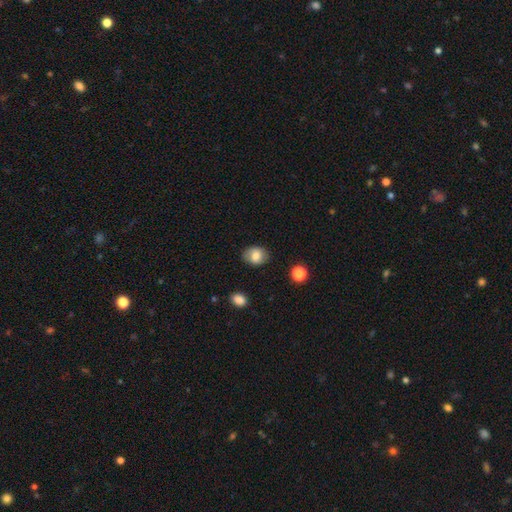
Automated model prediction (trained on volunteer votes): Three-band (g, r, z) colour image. It shows a smooth galaxy with no disk features (75%) that is in between round and cigar-shaped (55%). Merging: none (81%).